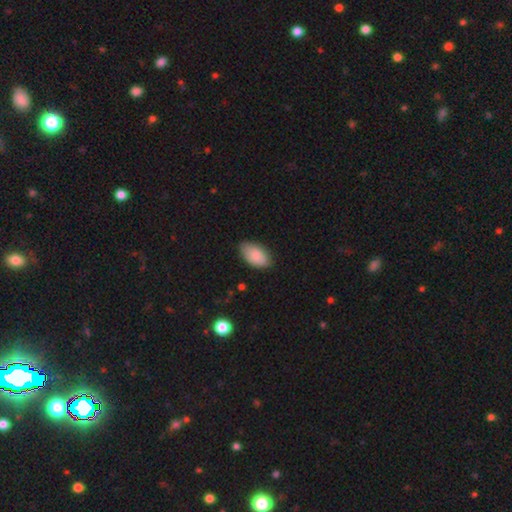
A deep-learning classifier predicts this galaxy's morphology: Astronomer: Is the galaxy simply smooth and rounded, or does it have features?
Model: smooth — 88%.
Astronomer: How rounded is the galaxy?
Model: in between — 95%.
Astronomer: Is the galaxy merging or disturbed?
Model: none — 81%.